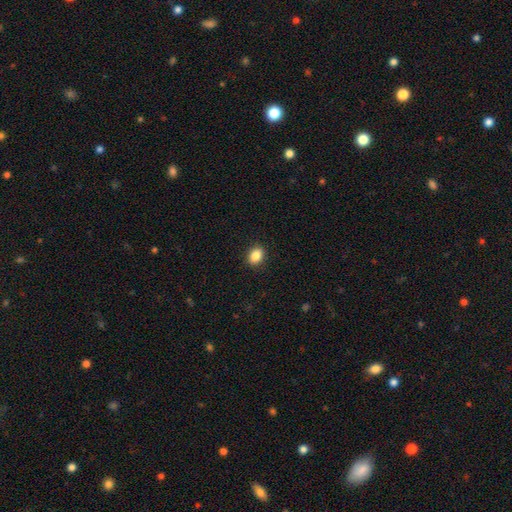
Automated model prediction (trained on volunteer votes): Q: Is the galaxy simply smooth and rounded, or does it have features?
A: smooth — 86%.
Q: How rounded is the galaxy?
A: in between — 62%.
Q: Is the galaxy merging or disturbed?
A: none — 90%.